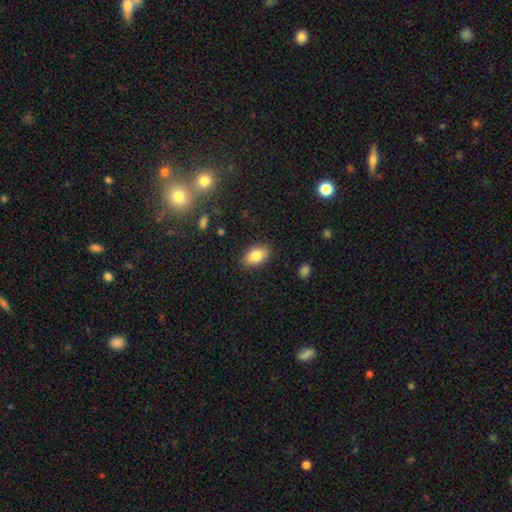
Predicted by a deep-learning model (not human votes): Q: Smooth or featured?
A: smooth (83%); runner-up: featured or disk (10%)
Q: How rounded?
A: in between (91%); runner-up: round (7%)
Q: Merging?
A: none (87%); runner-up: minor disturbance (9%)